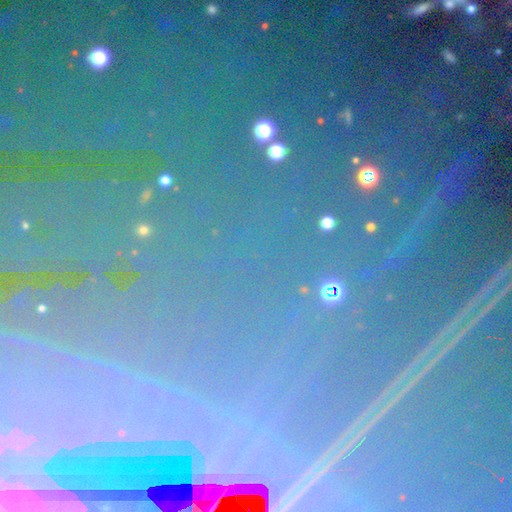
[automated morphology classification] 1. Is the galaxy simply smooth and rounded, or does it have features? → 75% star or artifact, 16% smooth, 10% featured or disk.